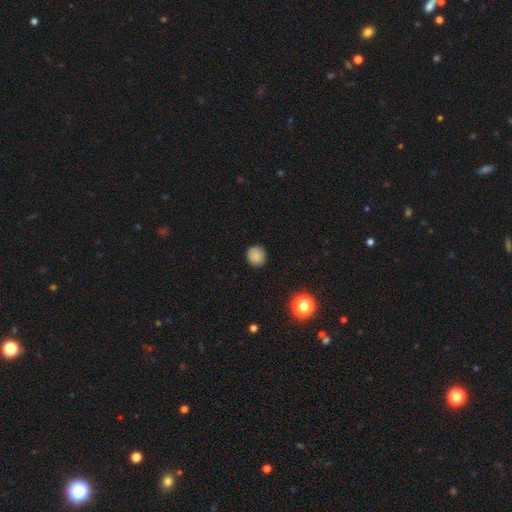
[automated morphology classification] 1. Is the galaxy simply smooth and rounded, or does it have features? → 85% smooth, 11% star or artifact, 4% featured or disk.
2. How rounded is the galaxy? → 91% round, 8% in between, 1% cigar-shaped.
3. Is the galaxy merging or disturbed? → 90% none, 7% minor disturbance, 2% major disturbance, 1% merger.